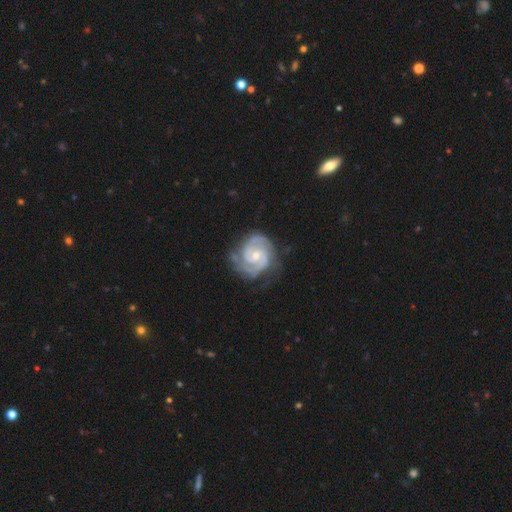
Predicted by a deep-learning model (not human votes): A featured or disk galaxy (92%) with no bar (56%), 2 (72%) tight (60%) spiral arms (98%) and a small central bulge (49%).

Vote fractions:
- Smooth or featured? featured or disk: 92% / smooth: 4% / star or artifact: 4%
- Edge-on disk? no: 98% / yes: 2%
- Bar? no: 56% / weak: 36% / strong: 8%
- Spiral arms? yes: 98% / no: 2%
- Spiral winding? tight: 60% / medium: 35% / loose: 5%
- Spiral arm count? 2: 72% / 3: 15% / can't tell: 6% / 4: 3% / 1: 2% / more than 4: 2%
- Bulge size? small: 49% / moderate: 47% / large: 1% / none: 1% / dominant: 1%
- Merging? none: 71% / minor disturbance: 21% / major disturbance: 7% / merger: 2%